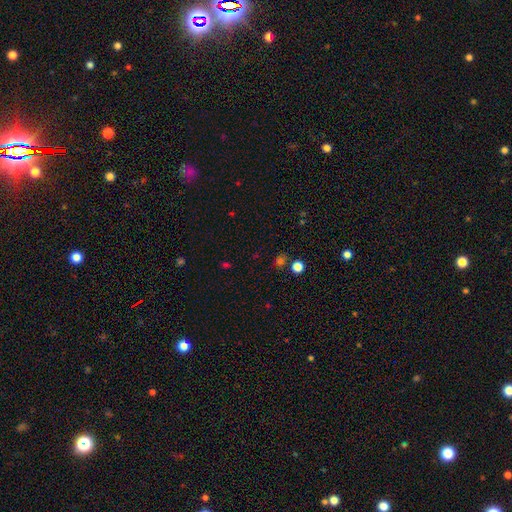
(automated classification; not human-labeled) Morphology: type=smooth (53%); roundness=round (75%); merging=none (77%).